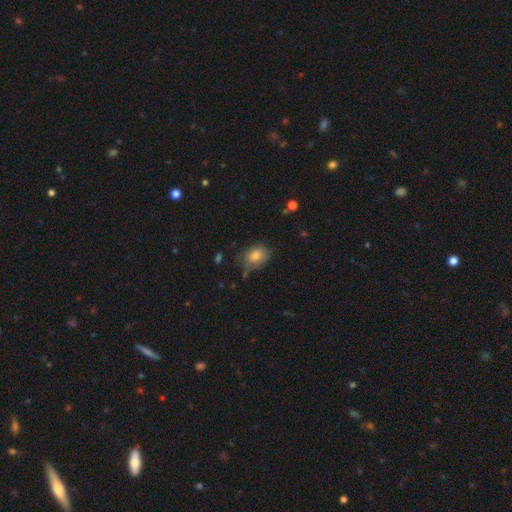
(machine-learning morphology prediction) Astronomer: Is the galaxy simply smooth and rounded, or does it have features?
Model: smooth — 81%.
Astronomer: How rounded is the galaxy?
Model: in between — 66%.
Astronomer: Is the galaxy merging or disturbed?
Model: none — 66%.